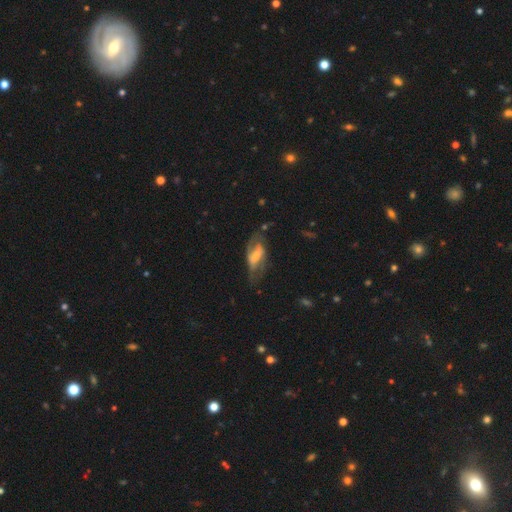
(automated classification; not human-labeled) featured or disk 67%, smooth 26%, star or artifact 7%. Down the decision tree: edge-on disk — no (91%); bar — weak (40%); spiral arms — yes (80%); bulge size — small (36%); merging — none (52%).